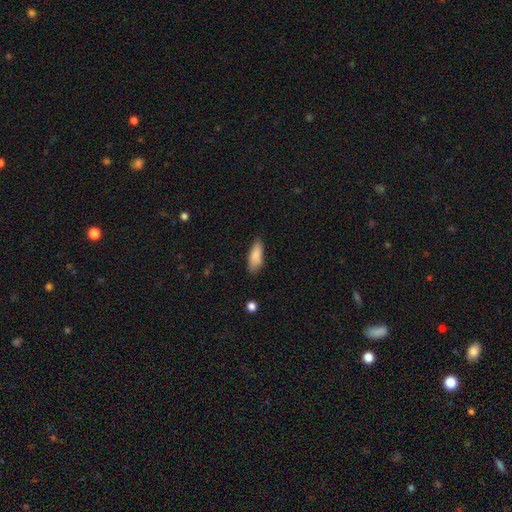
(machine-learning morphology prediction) Smooth or featured? smooth (87%)
How rounded? in between (71%)
Merging? none (78%)